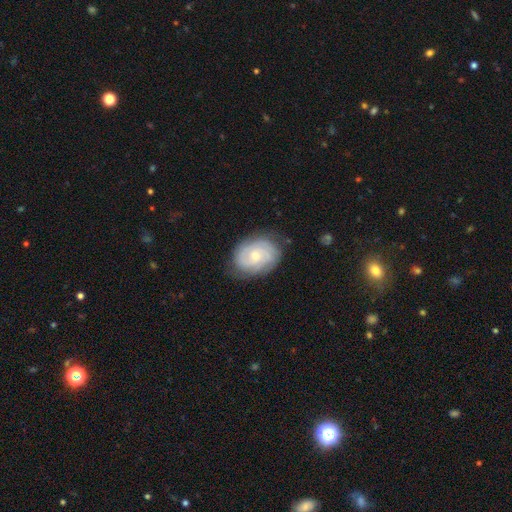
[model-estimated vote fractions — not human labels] Morphology: type=featured or disk (71%); edge-on=no (97%); bar=no (74%); spiral arms=yes (90%); winding=tight (67%); arm count=can't tell (36%); bulge=small (59%); merging=none (77%).